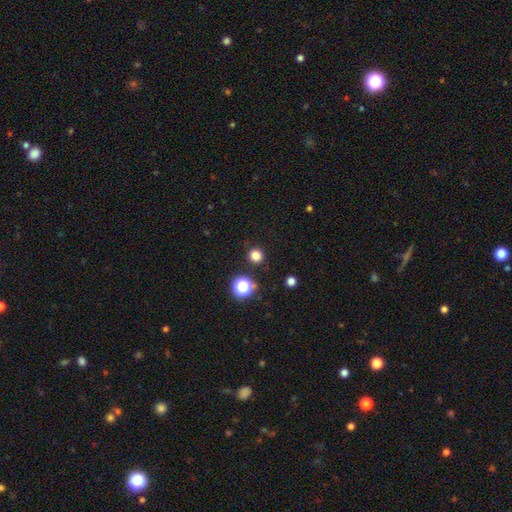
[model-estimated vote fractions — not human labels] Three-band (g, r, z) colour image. It shows a smooth galaxy with no disk features (79%) that is round (94%). Merging: none (91%).